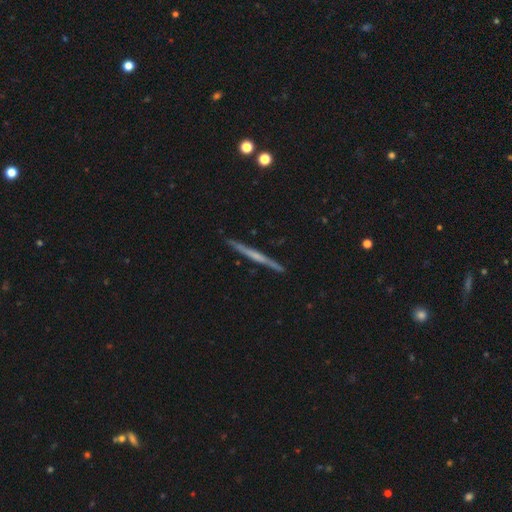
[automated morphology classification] smooth_or_featured: featured or disk (p=0.64) [alt: smooth p=0.30]
disk_edge_on: yes (p=0.98) [alt: no p=0.02]
edge_on_bulge: none (p=0.67) [alt: rounded p=0.24]
merging: none (p=0.91) [alt: minor disturbance p=0.07]